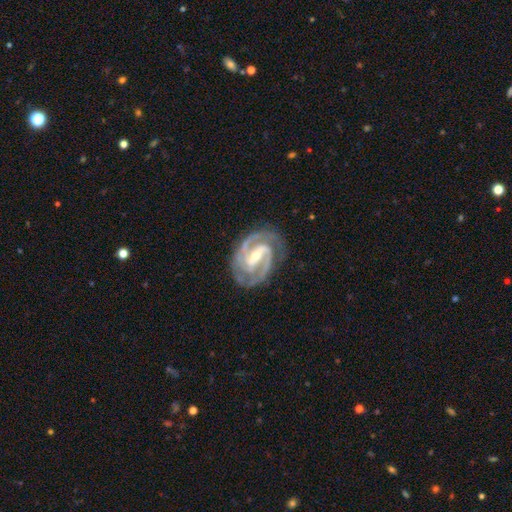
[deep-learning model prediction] This is clearly a featured or disk galaxy (93%). It is clearly not viewed edge-on (97%). Bar: possibly strong (55%). Spiral arm pattern: clearly yes (98%). Spiral arm count: likely 2 (79%). Spiral winding: possibly tight (51%). Central bulge: possibly small (55%). Merging: likely none (79%).